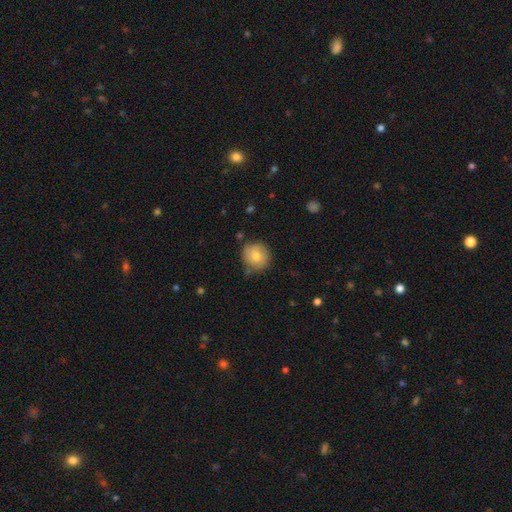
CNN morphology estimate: Smooth or featured? Predicted: smooth (p=0.73). How rounded? Predicted: round (p=0.92). Merging? Predicted: none (p=0.78).